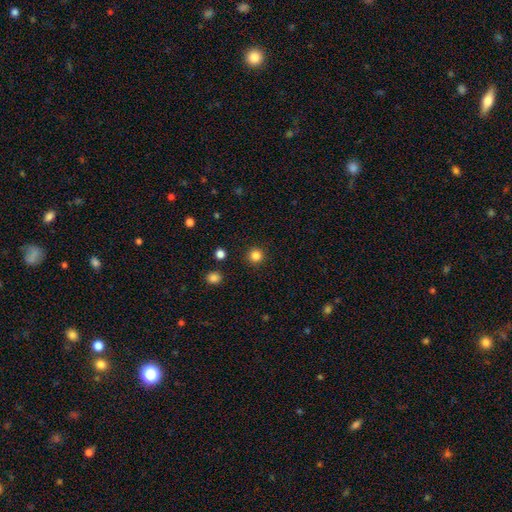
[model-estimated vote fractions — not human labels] Smooth or featured? smooth (84%)
How rounded? round (95%)
Merging? none (92%)